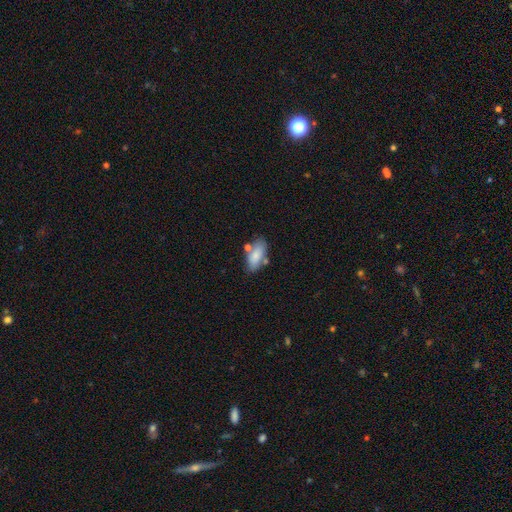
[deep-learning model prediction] A smooth galaxy with no disk features (80%) that is in between round and cigar-shaped (86%).

Vote fractions:
- Smooth or featured? smooth: 80% / featured or disk: 13% / star or artifact: 7%
- How rounded? in between: 86% / cigar-shaped: 11% / round: 3%
- Merging? none: 62% / minor disturbance: 18% / merger: 15% / major disturbance: 5%